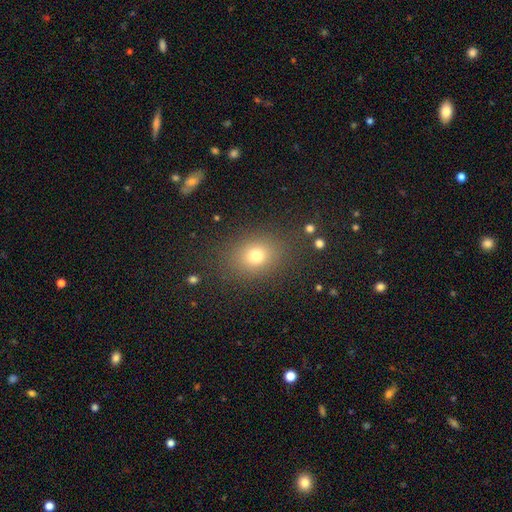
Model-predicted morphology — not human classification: A smooth galaxy with no disk features (76%) that is round (49%, tied with in between). Merging: none (83%).